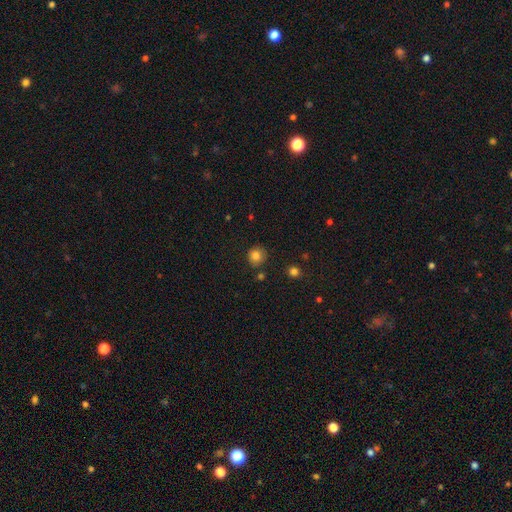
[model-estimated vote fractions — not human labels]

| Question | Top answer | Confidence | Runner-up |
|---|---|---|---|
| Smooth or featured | smooth | 83% | star or artifact (11%) |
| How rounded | round | 90% | in between (9%) |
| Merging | none | 83% | minor disturbance (10%) |